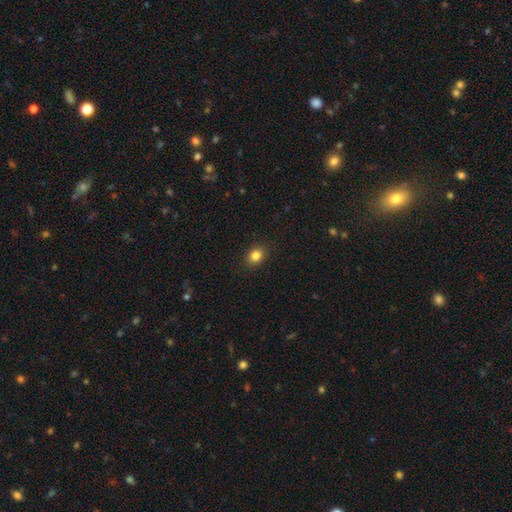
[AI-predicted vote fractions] The model was most divided on "how rounded": in between: 50%, round: 49%, cigar-shaped: 1%. More confident: merging — none (90%); smooth or featured — smooth (84%).